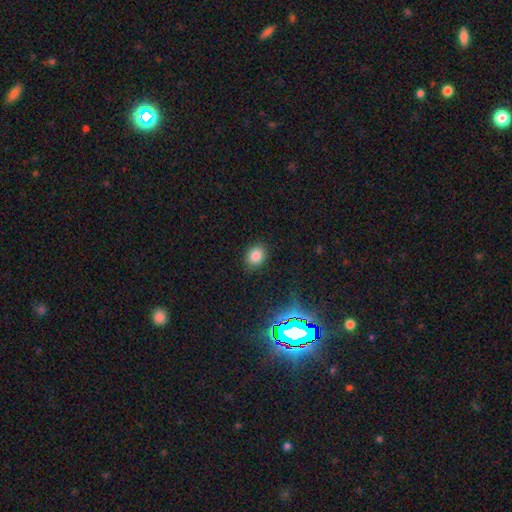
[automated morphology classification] Overall: smooth (81%). How rounded: round (51%; in between 48%). Merging: none (84%).